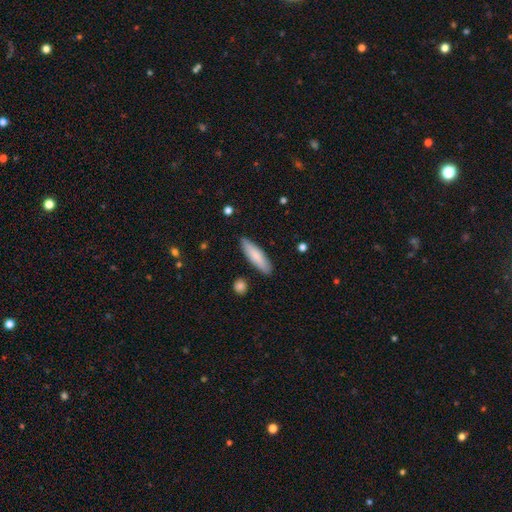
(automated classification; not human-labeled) Smooth or featured: smooth — 81% (featured or disk — 14%)
How rounded: cigar-shaped — 66% (in between — 33%)
Merging: none — 87% (minor disturbance — 9%)